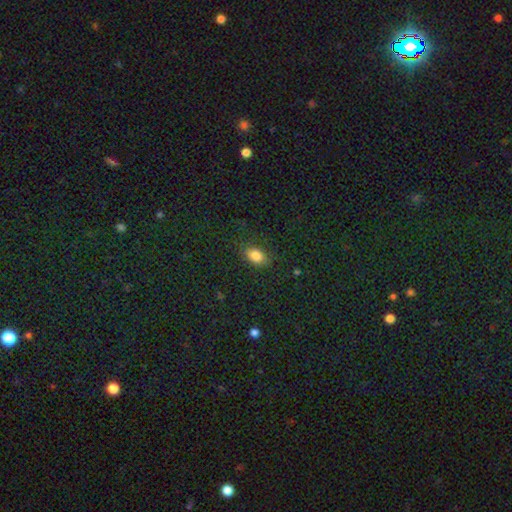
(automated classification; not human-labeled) Overall: smooth (82%). How rounded: in between (84%). Merging: none (82%).